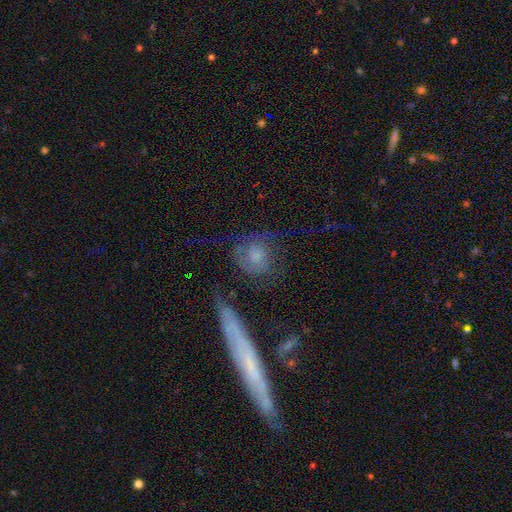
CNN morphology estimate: Smooth or featured: featured or disk — 54% (smooth — 34%)
Edge-on disk: no — 93% (yes — 7%)
Bar: no — 74% (weak — 20%)
Spiral arms: yes — 80% (no — 20%)
Bulge size: moderate — 36% (small — 35%)
Merging: none — 54% (major disturbance — 19%)